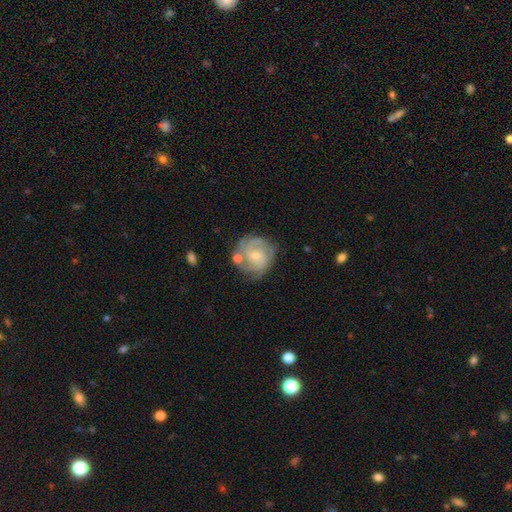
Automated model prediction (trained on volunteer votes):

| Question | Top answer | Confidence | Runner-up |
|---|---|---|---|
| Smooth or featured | featured or disk | 77% | smooth (17%) |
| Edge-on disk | no | 98% | yes (2%) |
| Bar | no | 63% | weak (32%) |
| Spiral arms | yes | 94% | no (6%) |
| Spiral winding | tight | 59% | medium (33%) |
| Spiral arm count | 3 | 33% | can't tell (25%) |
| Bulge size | small | 56% | moderate (33%) |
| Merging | none | 65% | minor disturbance (18%) |